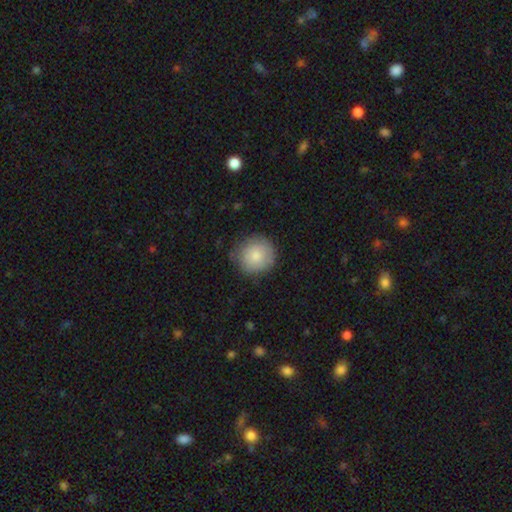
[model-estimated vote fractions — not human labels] Smooth or featured: smooth — 82% (featured or disk — 11%)
How rounded: round — 93% (in between — 6%)
Merging: none — 80% (minor disturbance — 15%)